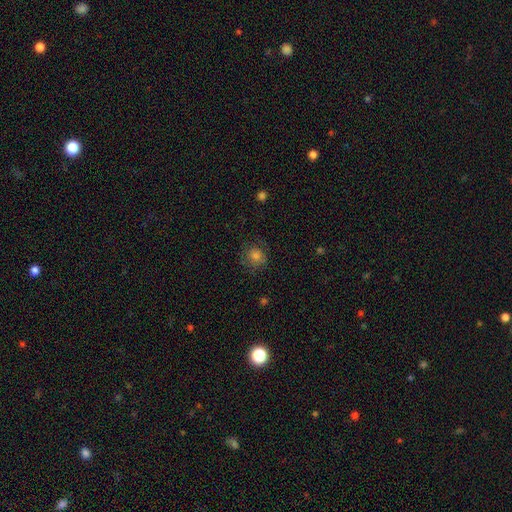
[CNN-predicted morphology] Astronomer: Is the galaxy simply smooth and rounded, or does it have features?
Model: smooth — 69%.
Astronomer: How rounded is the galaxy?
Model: round — 86%.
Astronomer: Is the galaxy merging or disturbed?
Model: none — 77%.